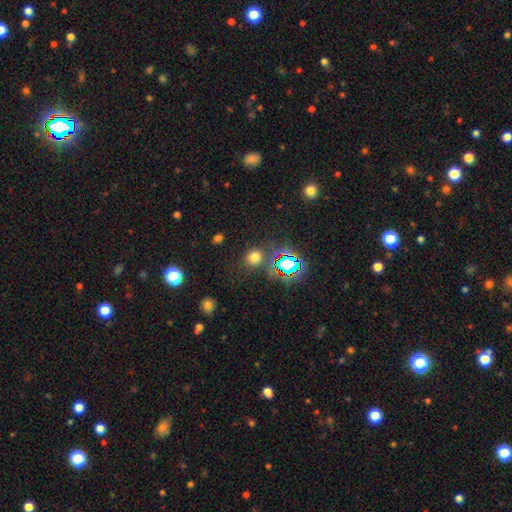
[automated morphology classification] The model was most divided on "smooth or featured": smooth: 64%, star or artifact: 29%, featured or disk: 7%. More confident: merging — none (78%); how rounded — round (76%).